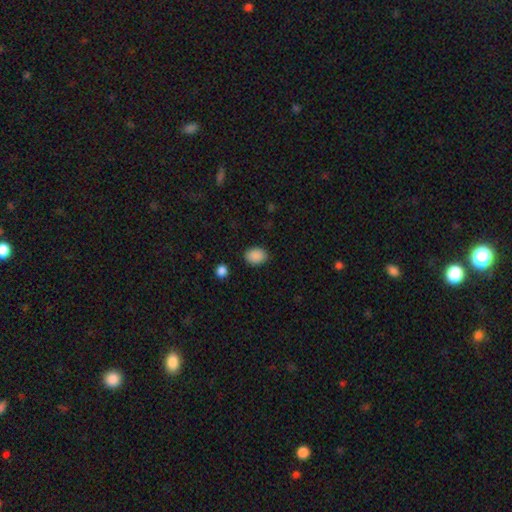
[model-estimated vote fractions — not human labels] A smooth galaxy with no disk features (89%) that is in between round and cigar-shaped (68%).

Vote fractions:
- Smooth or featured? smooth: 89% / star or artifact: 8% / featured or disk: 3%
- How rounded? in between: 68% / round: 31% / cigar-shaped: 1%
- Merging? none: 86% / minor disturbance: 10% / major disturbance: 3% / merger: 1%